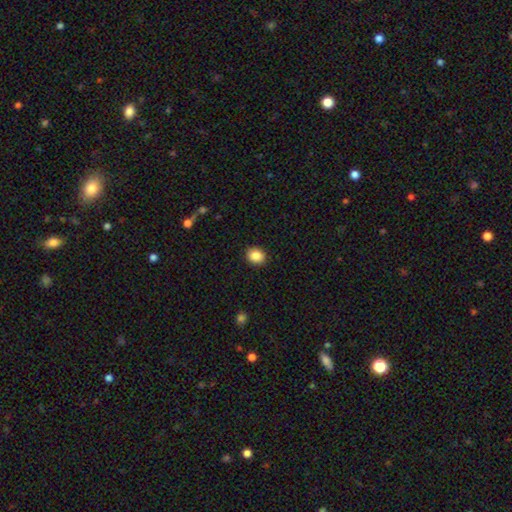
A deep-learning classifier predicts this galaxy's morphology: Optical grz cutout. It shows a smooth galaxy with no disk features (87%) that is round (61%). Merging: none (91%).